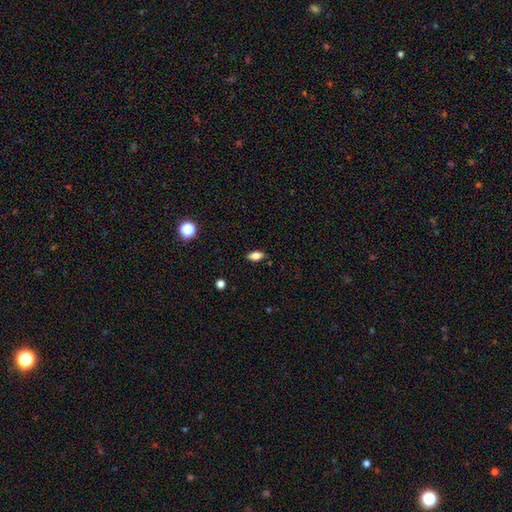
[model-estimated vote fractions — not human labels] Morphology: type=smooth (78%); roundness=in between (85%); merging=none (86%).